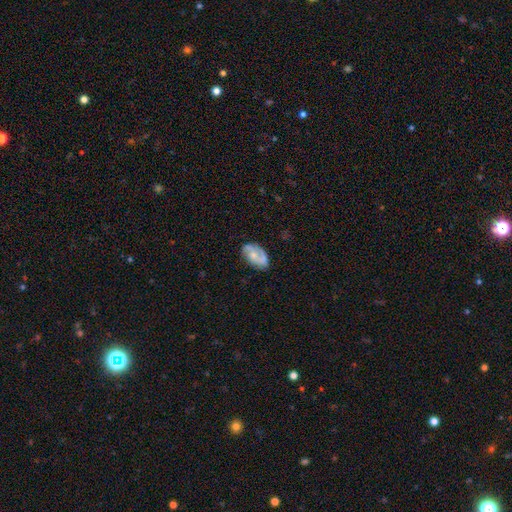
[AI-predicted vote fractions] This is possibly a featured or disk galaxy (53%). It is clearly not viewed edge-on (95%). Bar: likely no (71%). Spiral arm pattern: likely yes (69%). Central bulge: possibly moderate (47%). Merging: likely none (65%).